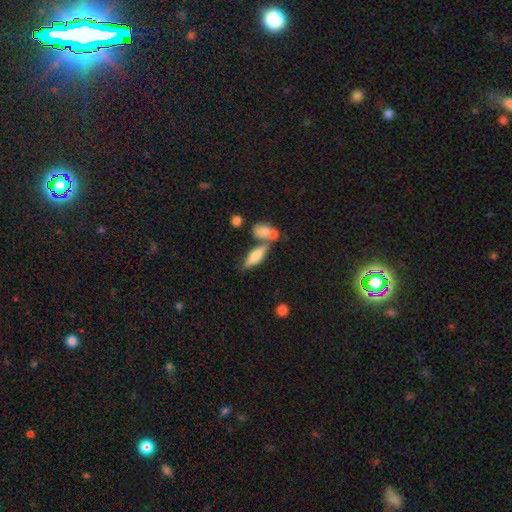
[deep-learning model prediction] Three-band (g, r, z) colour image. It shows a smooth galaxy with no disk features (72%) that is in between round and cigar-shaped (51%). Merging: none (52%).